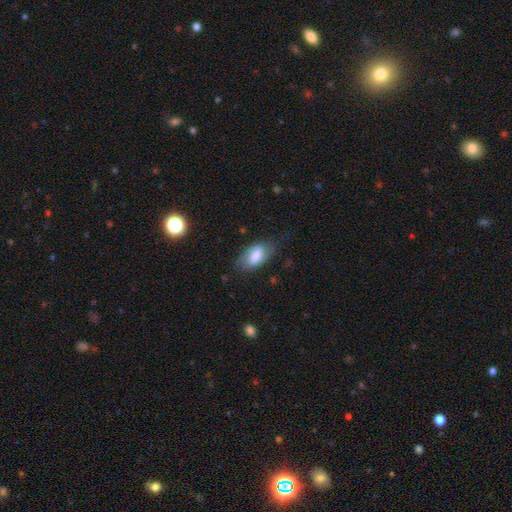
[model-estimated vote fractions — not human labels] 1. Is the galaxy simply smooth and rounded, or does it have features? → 70% smooth, 23% featured or disk, 7% star or artifact.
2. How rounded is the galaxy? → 92% in between, 4% round, 4% cigar-shaped.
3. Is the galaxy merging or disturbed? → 64% none, 25% minor disturbance, 10% major disturbance, 1% merger.